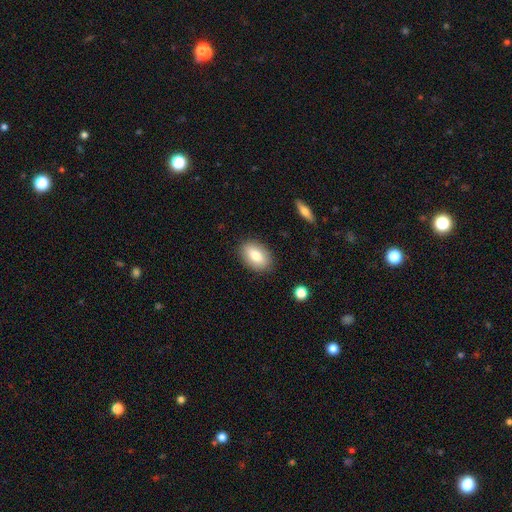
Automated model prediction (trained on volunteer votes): Smooth or featured? Predicted: smooth (p=0.81). How rounded? Predicted: in between (p=0.89). Merging? Predicted: none (p=0.86).